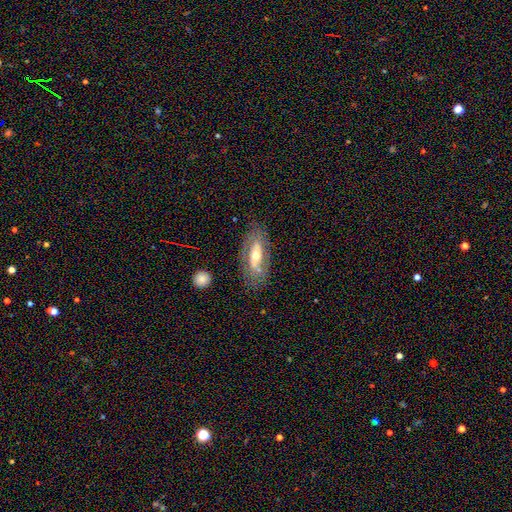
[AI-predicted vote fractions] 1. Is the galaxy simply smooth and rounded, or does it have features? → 59% featured or disk, 34% smooth, 7% star or artifact.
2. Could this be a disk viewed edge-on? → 78% no, 22% yes.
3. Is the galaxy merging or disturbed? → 74% none, 16% minor disturbance, 7% major disturbance, 3% merger.